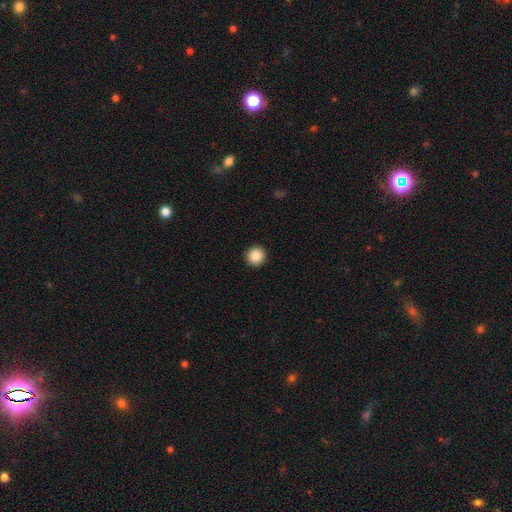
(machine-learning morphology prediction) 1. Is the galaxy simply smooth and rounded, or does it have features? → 86% smooth, 9% star or artifact, 5% featured or disk.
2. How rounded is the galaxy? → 95% round, 4% in between, 1% cigar-shaped.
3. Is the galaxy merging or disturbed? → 93% none, 4% minor disturbance, 1% major disturbance, 1% merger.